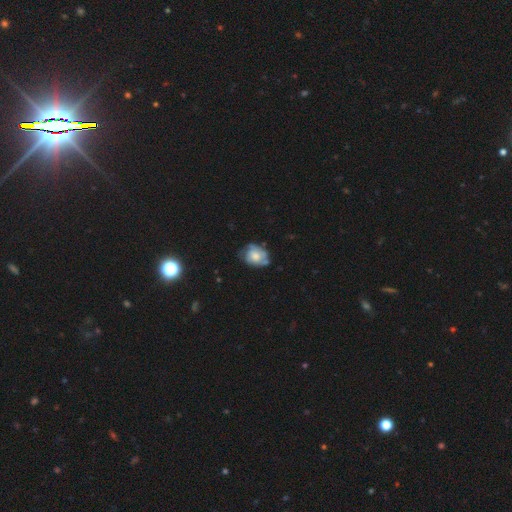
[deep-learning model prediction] Smooth or featured?
  - featured or disk: 56% *
  - smooth: 37%
  - star or artifact: 8%
Edge-on disk?
  - no: 97% *
  - yes: 3%
Bar?
  - no: 80% *
  - weak: 17%
  - strong: 3%
Spiral arms?
  - yes: 75% *
  - no: 25%
Bulge size?
  - moderate: 49% *
  - small: 22%
  - large: 20%
  - none: 7%
  - dominant: 2%
Merging?
  - none: 55% *
  - minor disturbance: 29%
  - major disturbance: 12%
  - merger: 3%